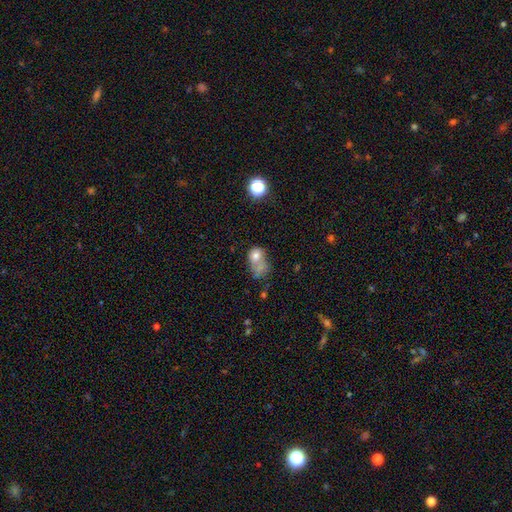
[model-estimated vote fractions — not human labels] Smooth or featured: smooth — 69% (featured or disk — 19%)
How rounded: in between — 54% (round — 45%)
Merging: merger — 45% (none — 20%)